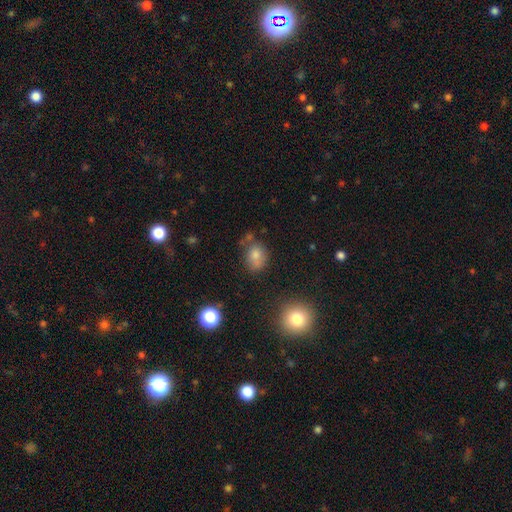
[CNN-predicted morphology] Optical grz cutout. It shows a smooth galaxy with no disk features (76%) that is in between round and cigar-shaped (56%). Merging: none (57%).